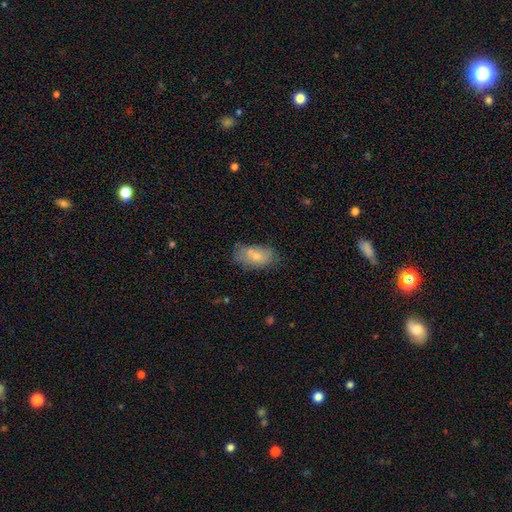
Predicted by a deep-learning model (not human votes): Q: Smooth or featured?
A: smooth (73%); runner-up: featured or disk (18%)
Q: How rounded?
A: in between (91%); runner-up: round (6%)
Q: Merging?
A: none (54%); runner-up: minor disturbance (24%)